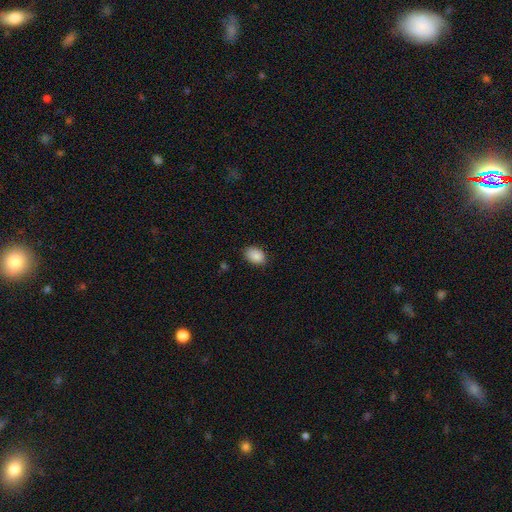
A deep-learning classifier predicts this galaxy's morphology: This appears to be a smooth galaxy with no disk features (89%) that is in between round and cigar-shaped (78%). Merging: none (82%).